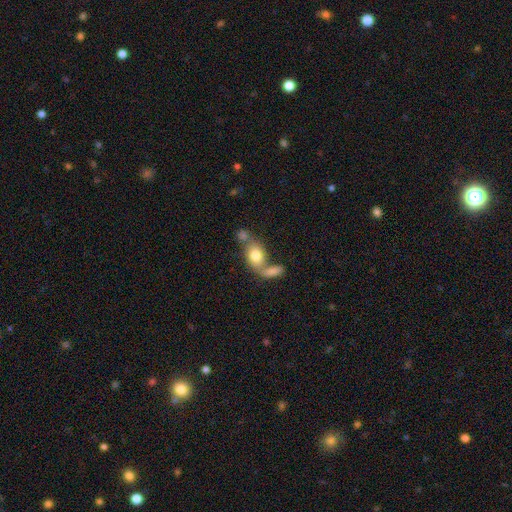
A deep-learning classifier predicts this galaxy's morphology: This is likely a smooth galaxy (76%). How rounded: likely in between (76%). Merging: possibly merger (48%).